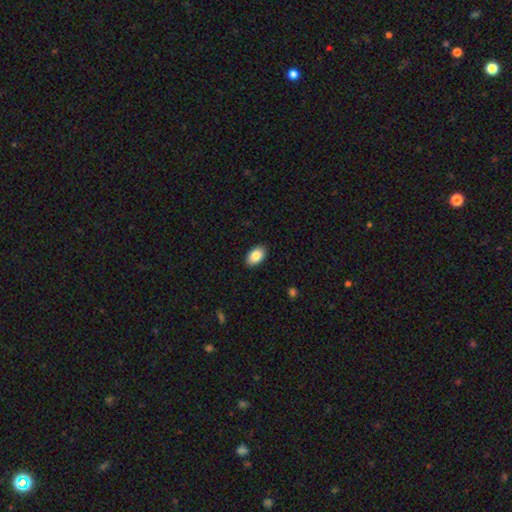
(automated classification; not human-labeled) A smooth galaxy with no disk features (87%) that is in between round and cigar-shaped (92%).

Vote fractions:
- Smooth or featured? smooth: 87% / star or artifact: 7% / featured or disk: 6%
- How rounded? in between: 92% / round: 6% / cigar-shaped: 1%
- Merging? none: 89% / minor disturbance: 8% / major disturbance: 2% / merger: 1%